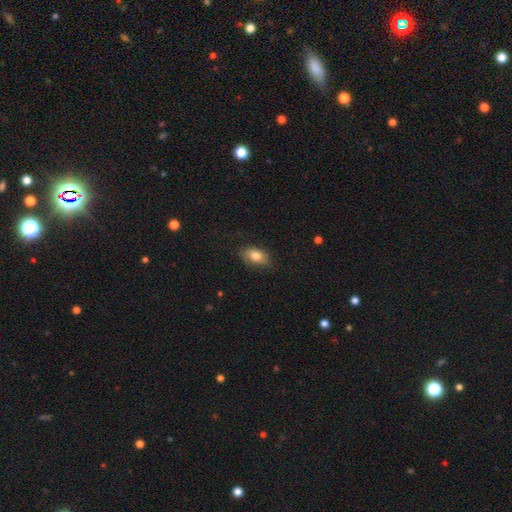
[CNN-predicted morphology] Smooth or featured?
  - smooth: 79% *
  - featured or disk: 13%
  - star or artifact: 7%
How rounded?
  - in between: 89% *
  - round: 8%
  - cigar-shaped: 3%
Merging?
  - none: 77% *
  - minor disturbance: 18%
  - major disturbance: 4%
  - merger: 1%